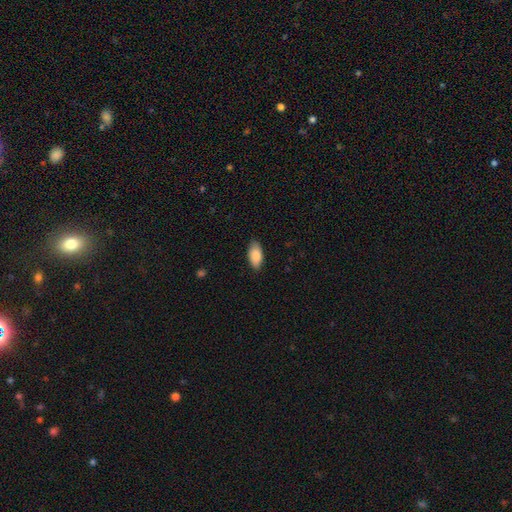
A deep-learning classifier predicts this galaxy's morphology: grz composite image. It shows a smooth galaxy with no disk features (86%) that is in between round and cigar-shaped (92%). Merging: none (85%).